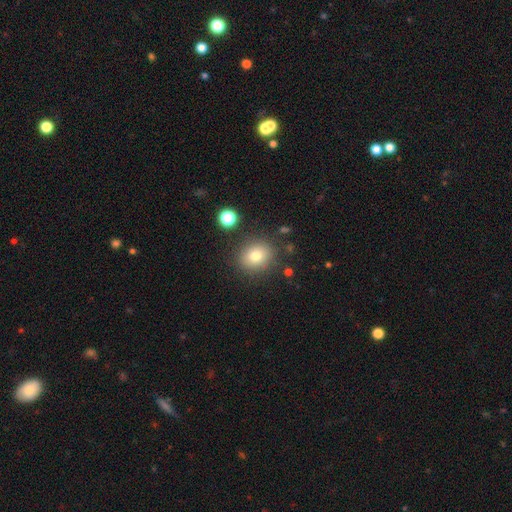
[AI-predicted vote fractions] Smooth or featured? Predicted: smooth (p=0.77). How rounded? Predicted: round (p=0.74). Merging? Predicted: none (p=0.83).